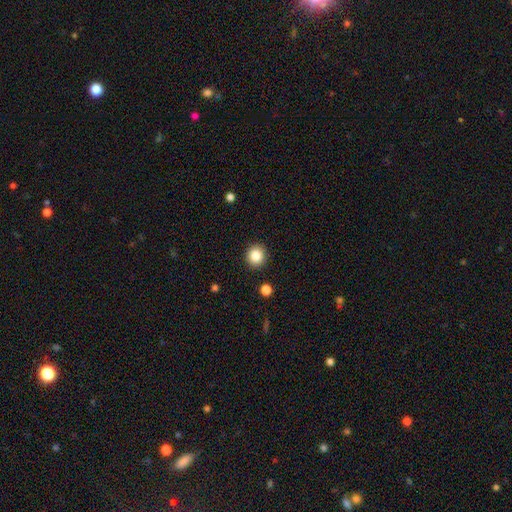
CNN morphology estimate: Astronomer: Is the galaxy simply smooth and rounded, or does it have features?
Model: smooth — 85%.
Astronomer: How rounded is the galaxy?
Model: round — 88%.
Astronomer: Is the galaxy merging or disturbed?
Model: none — 91%.